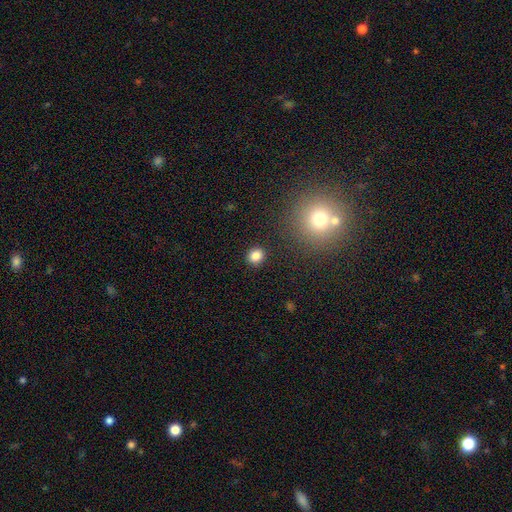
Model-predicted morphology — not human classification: Smooth or featured: smooth — 83% (star or artifact — 12%)
How rounded: round — 84% (in between — 15%)
Merging: none — 90% (minor disturbance — 6%)